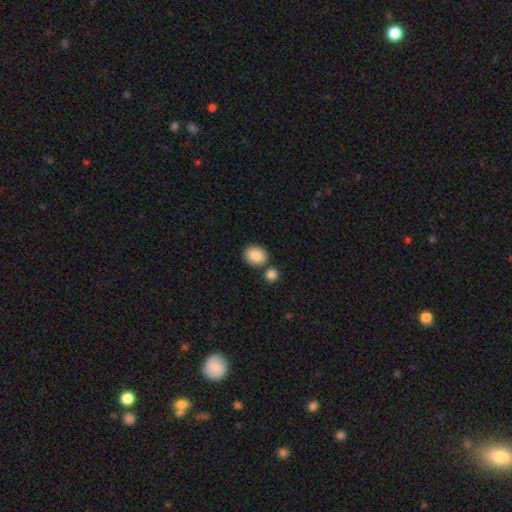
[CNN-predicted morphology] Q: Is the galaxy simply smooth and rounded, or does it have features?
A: smooth — 88%.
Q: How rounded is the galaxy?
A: in between — 54%.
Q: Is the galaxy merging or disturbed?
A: none — 70%.